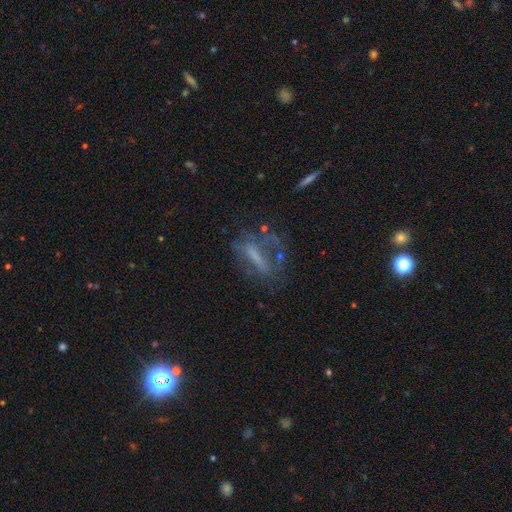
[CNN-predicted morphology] Smooth or featured? Predicted: featured or disk (p=0.53). Edge-on disk? Predicted: no (p=0.79). Merging? Predicted: none (p=0.46).